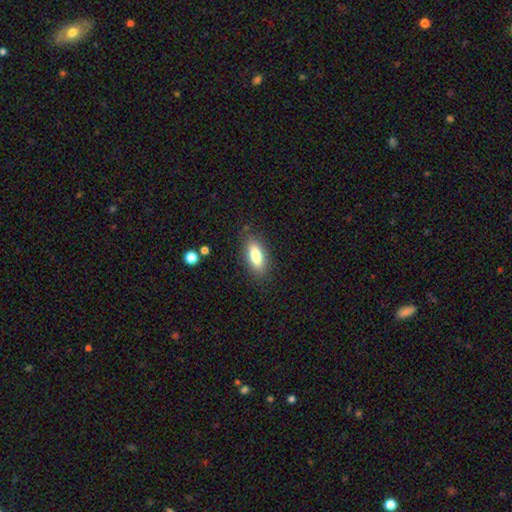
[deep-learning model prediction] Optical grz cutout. It shows a smooth galaxy with no disk features (75%) that is in between round and cigar-shaped (77%). Merging: none (84%).